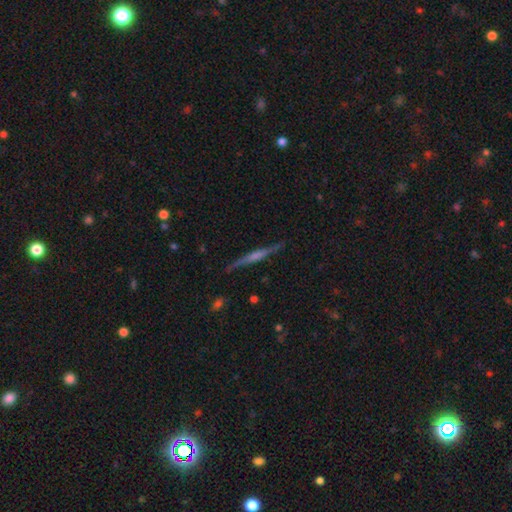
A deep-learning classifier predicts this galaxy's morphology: The model was most divided on "edge-on bulge": rounded: 44%, boxy: 28%, none: 28%. More confident: edge-on disk — yes (97%); merging — none (87%); smooth or featured — featured or disk (71%).